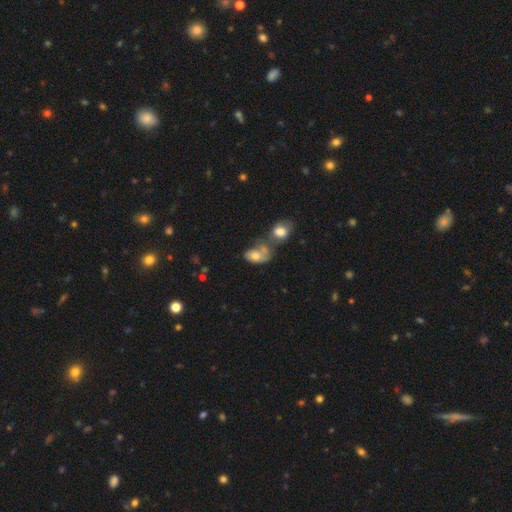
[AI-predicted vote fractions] Morphology: type=smooth (69%); roundness=in between (84%); merging=merger (51%).